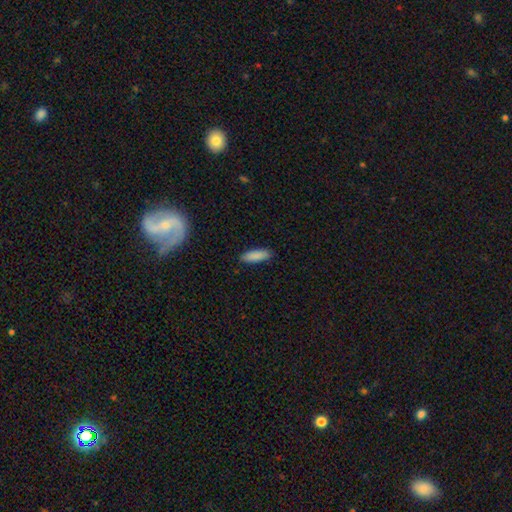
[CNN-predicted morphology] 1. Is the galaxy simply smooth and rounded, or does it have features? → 88% smooth, 6% star or artifact, 6% featured or disk.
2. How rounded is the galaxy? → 50% in between, 49% cigar-shaped, 2% round.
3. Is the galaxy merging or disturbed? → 88% none, 9% minor disturbance, 2% major disturbance, 1% merger.